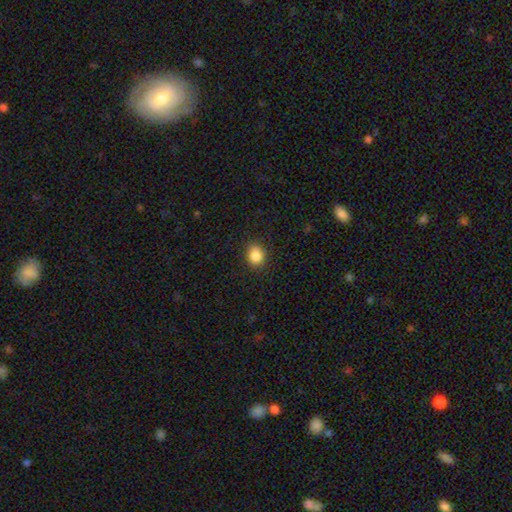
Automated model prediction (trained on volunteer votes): smooth 86%, star or artifact 10%, featured or disk 4%. Down the decision tree: how rounded — round (66%); merging — none (86%).